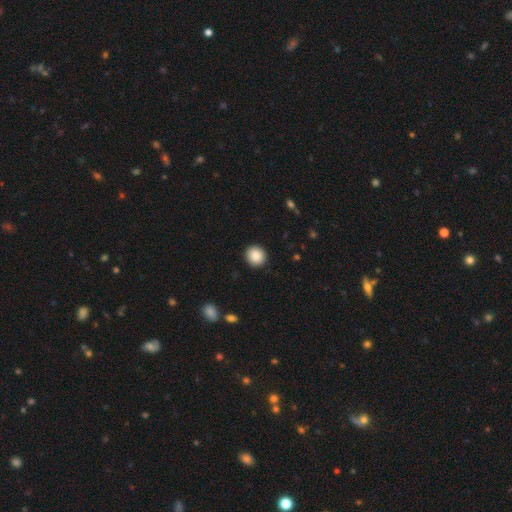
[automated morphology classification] Smooth or featured? Predicted: smooth (p=0.89). How rounded? Predicted: round (p=0.92). Merging? Predicted: none (p=0.92).